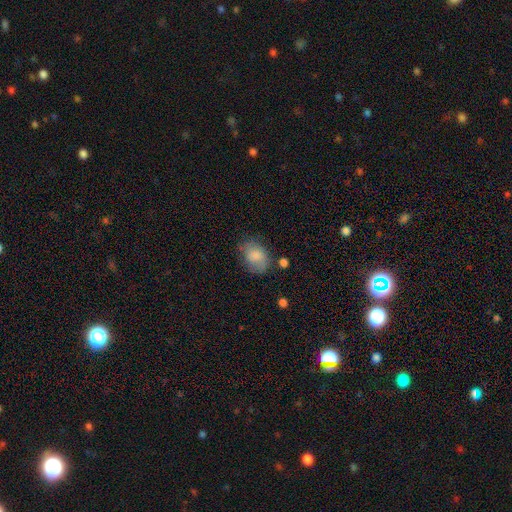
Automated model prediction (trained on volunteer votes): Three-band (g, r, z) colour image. It shows a smooth galaxy with no disk features (76%) that is in between round and cigar-shaped (73%). Merging: none (60%).